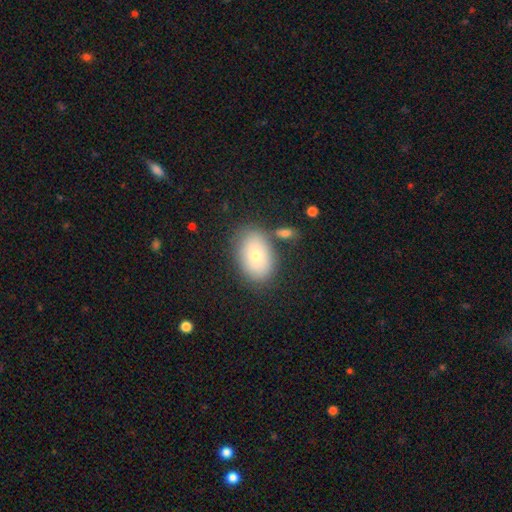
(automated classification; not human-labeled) Smooth or featured? Predicted: smooth (p=0.71). How rounded? Predicted: in between (p=0.85). Merging? Predicted: none (p=0.72).